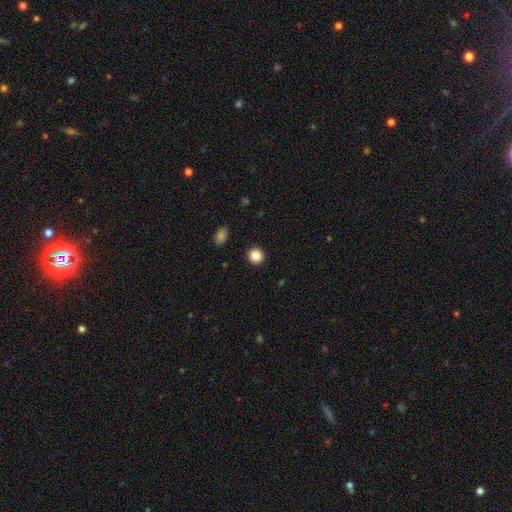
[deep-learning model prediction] smooth-or-featured: smooth: 87% | star or artifact: 10% | featured or disk: 4%
  how-rounded: round: 93% | in between: 6% | cigar-shaped: 1%
  merging: none: 93% | minor disturbance: 4% | major disturbance: 2% | merger: 1%